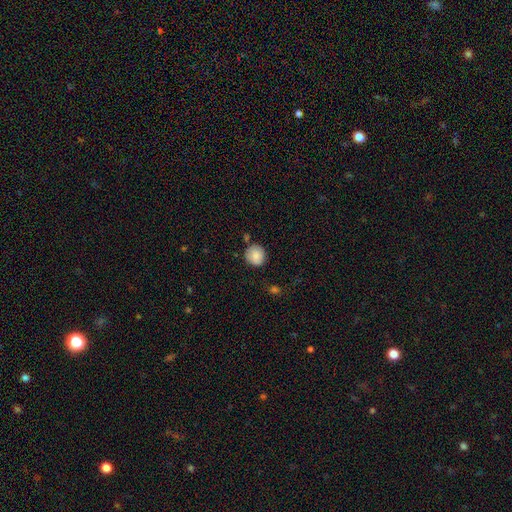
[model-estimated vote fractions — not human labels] Overall: smooth (85%). How rounded: round (90%). Merging: none (79%).